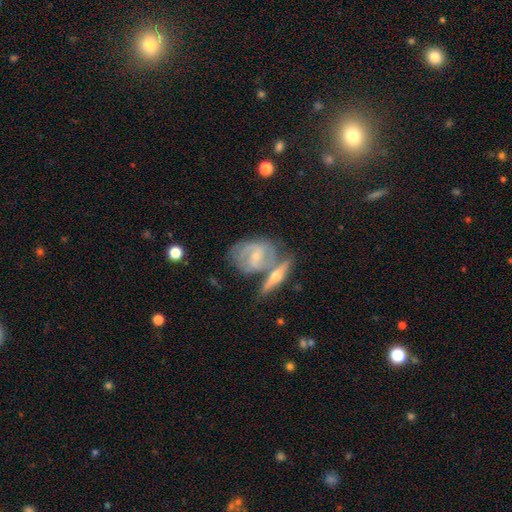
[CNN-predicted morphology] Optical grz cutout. It shows a featured or disk galaxy (78%) with a weak bar (46%), 2 (58%) medium (45%) spiral arms (88%) and a small central bulge (65%). Merging: none (45%).